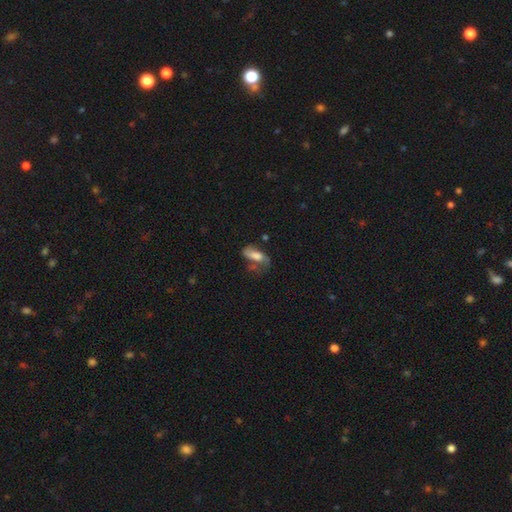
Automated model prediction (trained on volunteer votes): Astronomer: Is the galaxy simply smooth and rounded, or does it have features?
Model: smooth — 52% (runner-up: featured or disk, 39%).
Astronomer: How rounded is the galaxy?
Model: in between — 81%.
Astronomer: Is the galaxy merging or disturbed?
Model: major disturbance — 33% (runner-up: none, 32%).